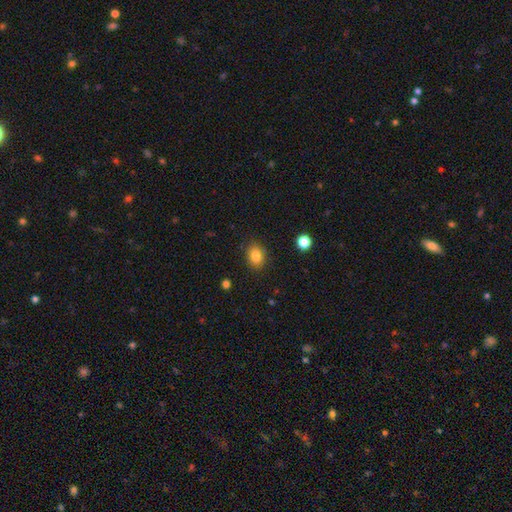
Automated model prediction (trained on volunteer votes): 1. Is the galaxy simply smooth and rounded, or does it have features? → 83% smooth, 10% star or artifact, 7% featured or disk.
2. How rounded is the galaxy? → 56% in between, 43% round, 1% cigar-shaped.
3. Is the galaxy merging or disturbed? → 86% none, 10% minor disturbance, 3% major disturbance, 1% merger.